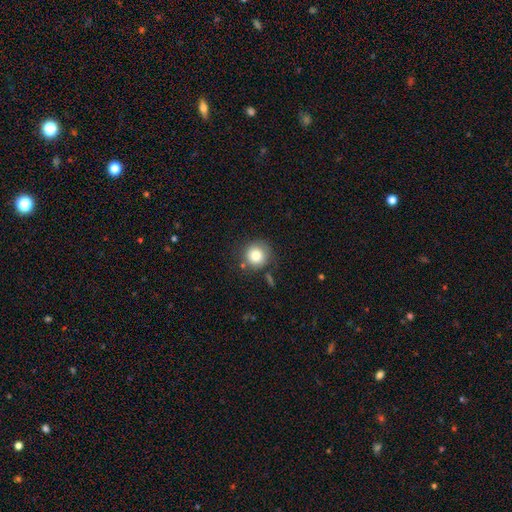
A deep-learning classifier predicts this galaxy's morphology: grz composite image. It shows a smooth galaxy with no disk features (81%) that is round (92%). Merging: none (76%).